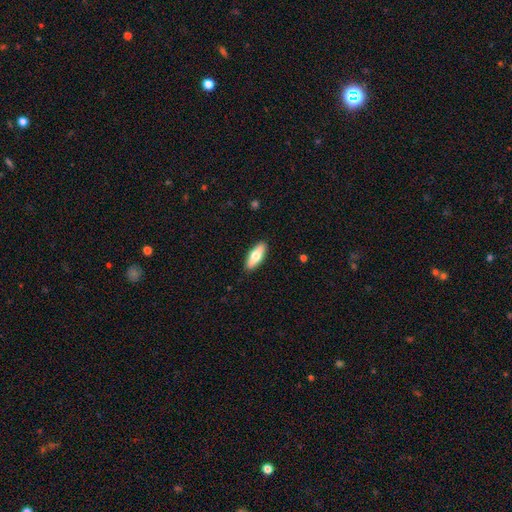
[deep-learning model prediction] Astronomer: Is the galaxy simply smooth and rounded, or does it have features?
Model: smooth — 62%.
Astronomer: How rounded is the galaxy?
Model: in between — 62%.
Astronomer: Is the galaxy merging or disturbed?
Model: none — 90%.